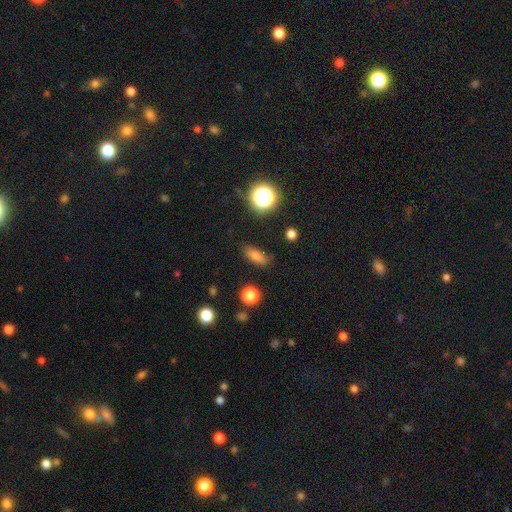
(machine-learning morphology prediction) The model was most divided on "how rounded": in between: 68%, cigar-shaped: 23%, round: 9%. More confident: merging — none (82%); smooth or featured — smooth (75%).